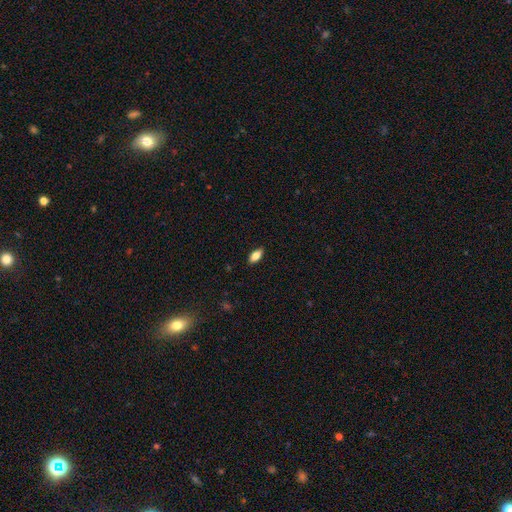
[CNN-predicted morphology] Smooth or featured? Predicted: smooth (p=0.82). How rounded? Predicted: in between (p=0.87). Merging? Predicted: none (p=0.87).